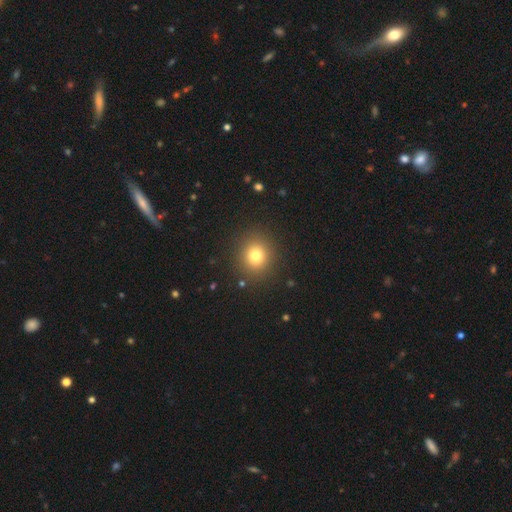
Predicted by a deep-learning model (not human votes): Smooth or featured: smooth — 77% (star or artifact — 14%)
How rounded: round — 85% (in between — 14%)
Merging: none — 89% (minor disturbance — 7%)